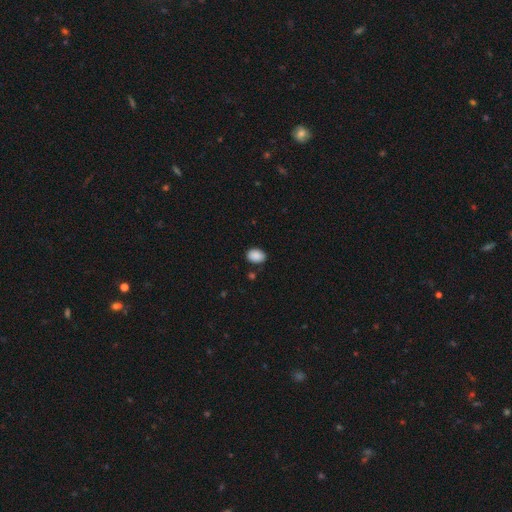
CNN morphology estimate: smooth_or_featured: smooth (p=0.89) [alt: star or artifact p=0.08]
how_rounded: in between (p=0.77) [alt: round p=0.22]
merging: none (p=0.84) [alt: minor disturbance p=0.12]